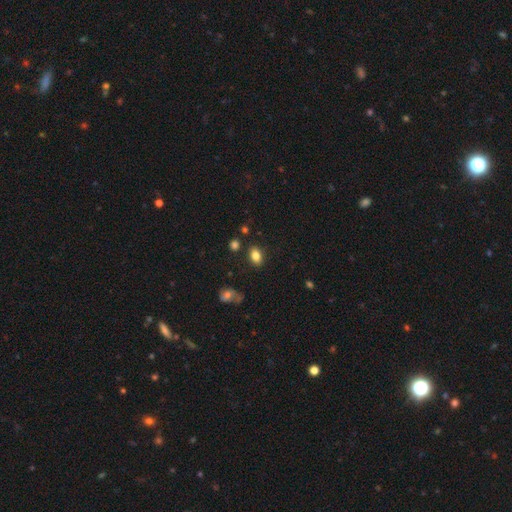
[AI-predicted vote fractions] Smooth or featured?
  - smooth: 82% *
  - star or artifact: 10%
  - featured or disk: 8%
How rounded?
  - in between: 82% *
  - round: 16%
  - cigar-shaped: 2%
Merging?
  - none: 83% *
  - minor disturbance: 11%
  - merger: 3%
  - major disturbance: 3%